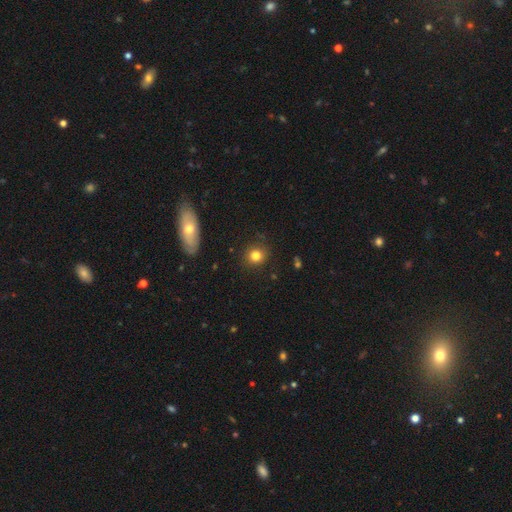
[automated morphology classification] Overall: smooth (82%). How rounded: round (85%). Merging: none (87%).